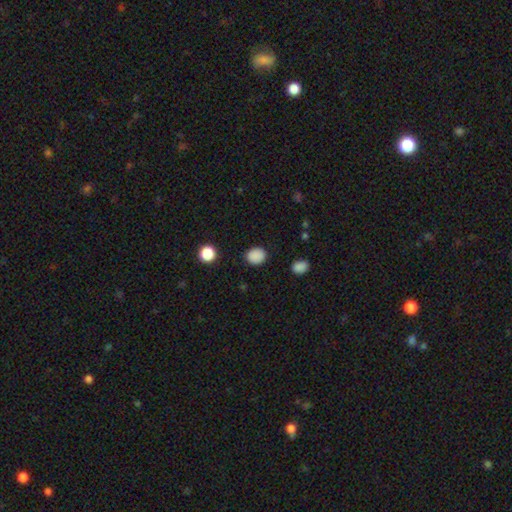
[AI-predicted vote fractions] A smooth galaxy with no disk features (87%) that is round (69%).

Vote fractions:
- Smooth or featured? smooth: 87% / star or artifact: 11% / featured or disk: 3%
- How rounded? round: 69% / in between: 30% / cigar-shaped: 1%
- Merging? none: 87% / minor disturbance: 9% / major disturbance: 3% / merger: 1%